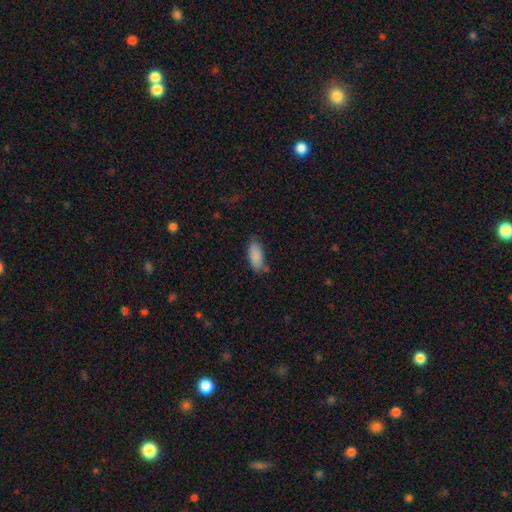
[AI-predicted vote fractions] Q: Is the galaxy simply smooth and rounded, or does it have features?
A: smooth — 87%.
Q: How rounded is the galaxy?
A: in between — 85%.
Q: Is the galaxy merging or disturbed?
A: none — 67%.